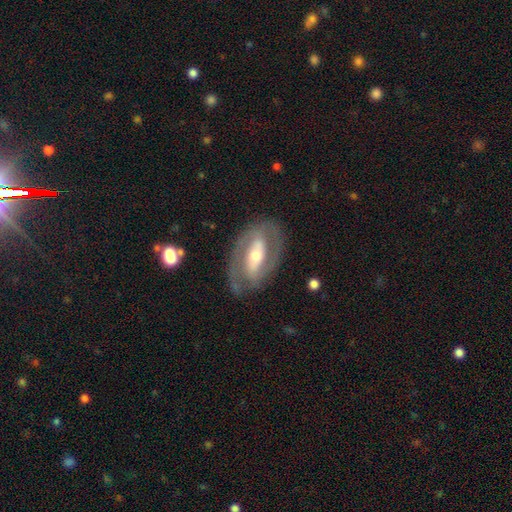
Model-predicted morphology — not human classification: The model was most divided on "spiral winding": tight: 47%, medium: 40%, loose: 14%. Remaining: edge-on disk — no (93%); spiral arm count — 2 (80%); smooth or featured — featured or disk (79%); merging — none (79%); spiral arms — yes (75%); bulge size — moderate (57%); bar — strong (47%).